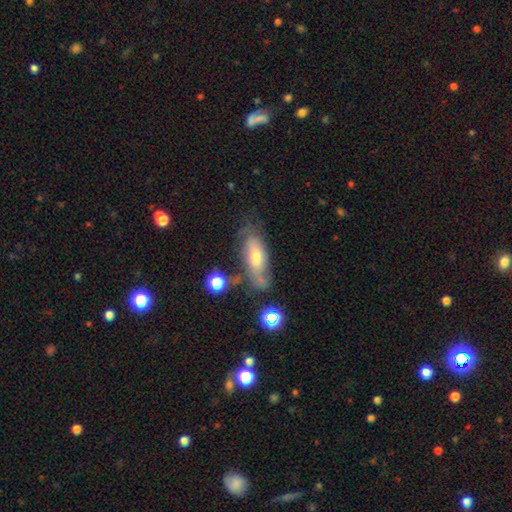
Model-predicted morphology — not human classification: This is possibly a featured or disk galaxy (53%). It is likely not viewed edge-on (71%). Merging: likely none (65%).